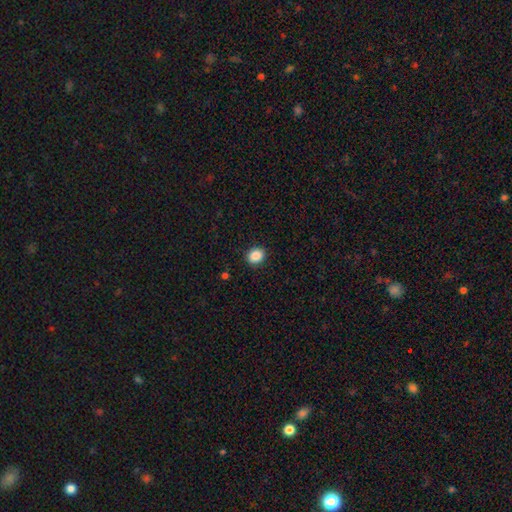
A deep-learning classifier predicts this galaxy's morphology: smooth-or-featured: smooth: 87% | star or artifact: 9% | featured or disk: 4%
  how-rounded: round: 59% | in between: 40% | cigar-shaped: 1%
  merging: none: 90% | minor disturbance: 7% | major disturbance: 2% | merger: 1%